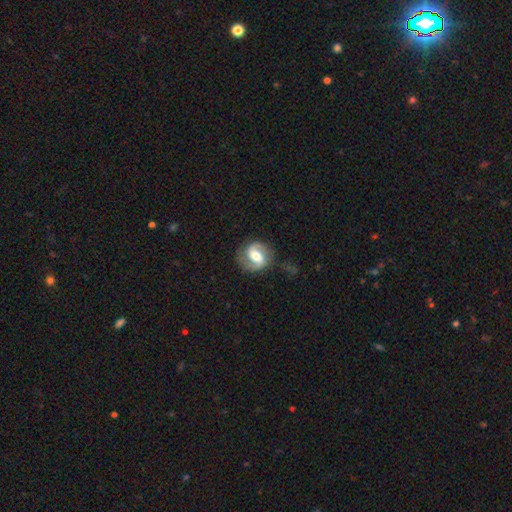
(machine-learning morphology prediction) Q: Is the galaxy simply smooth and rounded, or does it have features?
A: featured or disk — 79%.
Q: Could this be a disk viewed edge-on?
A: no — 98%.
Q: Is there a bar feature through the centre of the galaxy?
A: weak — 43%.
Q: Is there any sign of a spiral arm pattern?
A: yes — 92%.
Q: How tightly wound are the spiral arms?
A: medium — 51%.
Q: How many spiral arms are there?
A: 2 — 90%.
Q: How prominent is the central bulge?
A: moderate — 65%.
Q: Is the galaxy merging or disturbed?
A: none — 79%.